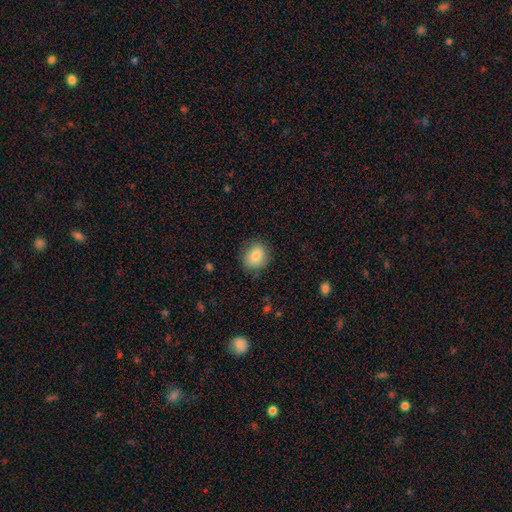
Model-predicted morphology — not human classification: Smooth or featured? Predicted: smooth (p=0.84). How rounded? Predicted: round (p=0.62). Merging? Predicted: none (p=0.80).